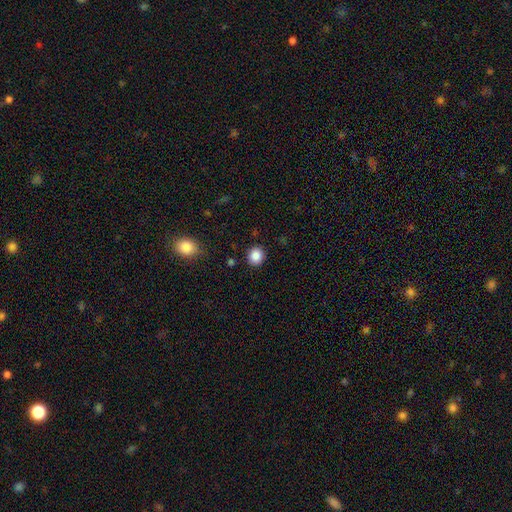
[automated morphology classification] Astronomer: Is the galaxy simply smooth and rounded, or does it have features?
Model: smooth — 87%.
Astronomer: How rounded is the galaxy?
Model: round — 86%.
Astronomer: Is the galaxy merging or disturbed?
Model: none — 90%.